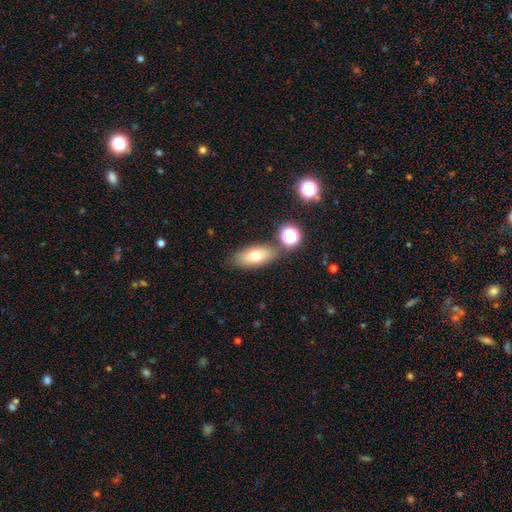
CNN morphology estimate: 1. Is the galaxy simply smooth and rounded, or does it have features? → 69% smooth, 21% featured or disk, 10% star or artifact.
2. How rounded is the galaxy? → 81% in between, 13% cigar-shaped, 7% round.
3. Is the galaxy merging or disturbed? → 76% none, 12% minor disturbance, 8% merger, 3% major disturbance.